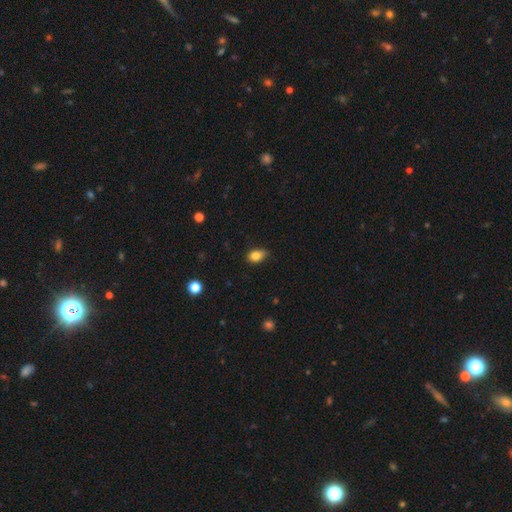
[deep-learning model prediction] A smooth galaxy with no disk features (84%) that is in between round and cigar-shaped (79%).

Vote fractions:
- Smooth or featured? smooth: 84% / star or artifact: 9% / featured or disk: 7%
- How rounded? in between: 79% / round: 19% / cigar-shaped: 2%
- Merging? none: 64% / minor disturbance: 30% / major disturbance: 5% / merger: 1%